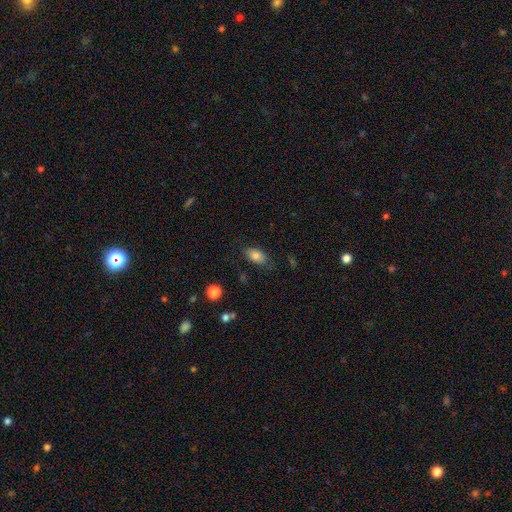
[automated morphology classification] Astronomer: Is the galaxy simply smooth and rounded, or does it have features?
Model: smooth — 82%.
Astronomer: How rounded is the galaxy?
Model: in between — 89%.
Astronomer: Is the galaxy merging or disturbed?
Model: none — 78%.